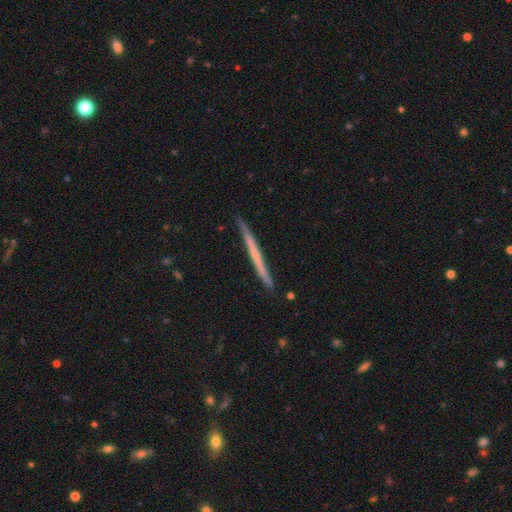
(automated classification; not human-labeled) The model was most divided on "smooth or featured": featured or disk: 53%, smooth: 41%, star or artifact: 6%. More confident: edge-on disk — yes (98%); merging — none (90%); edge-on bulge — none (88%).